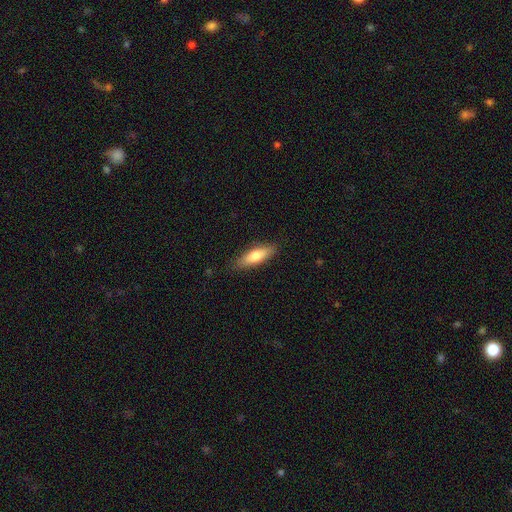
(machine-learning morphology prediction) Smooth or featured? smooth (71%)
How rounded? in between (52%)
Merging? none (85%)